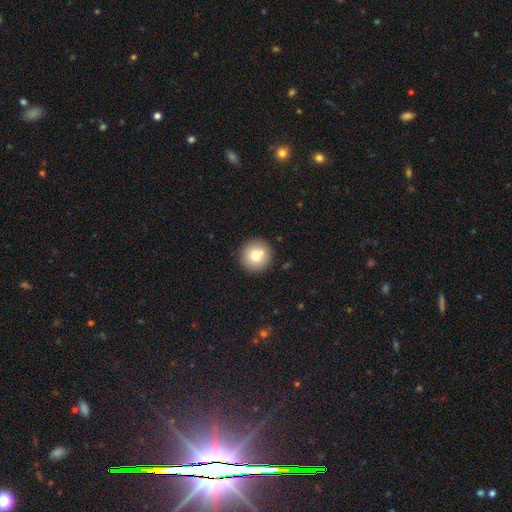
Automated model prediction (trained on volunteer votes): smooth_or_featured: smooth (p=0.75) [alt: featured or disk p=0.16]
how_rounded: round (p=0.95) [alt: in between p=0.04]
merging: none (p=0.83) [alt: minor disturbance p=0.08]